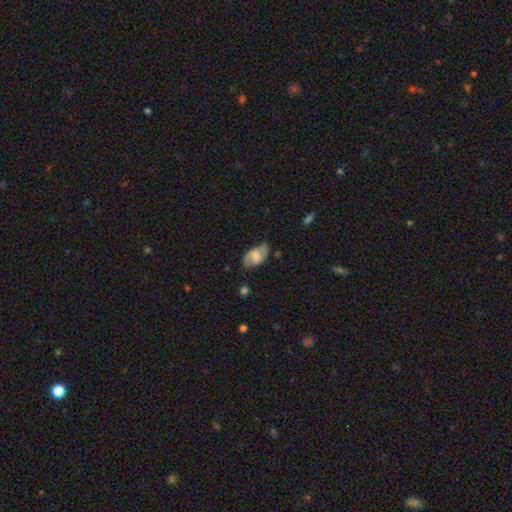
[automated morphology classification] Smooth or featured? Predicted: featured or disk (p=0.53). Edge-on disk? Predicted: no (p=0.94). Merging? Predicted: none (p=0.61).